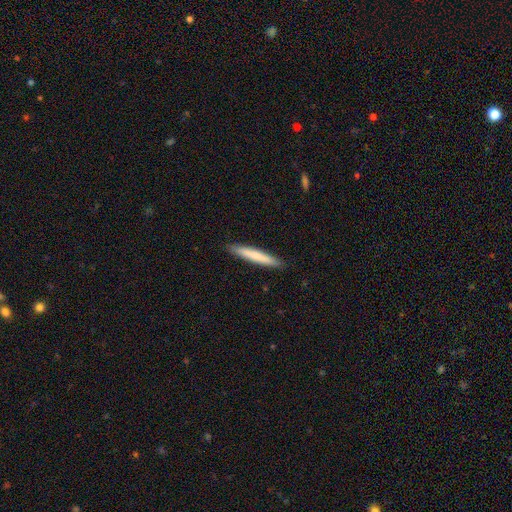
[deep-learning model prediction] Morphology: type=smooth (73%); roundness=cigar-shaped (95%); merging=none (91%).